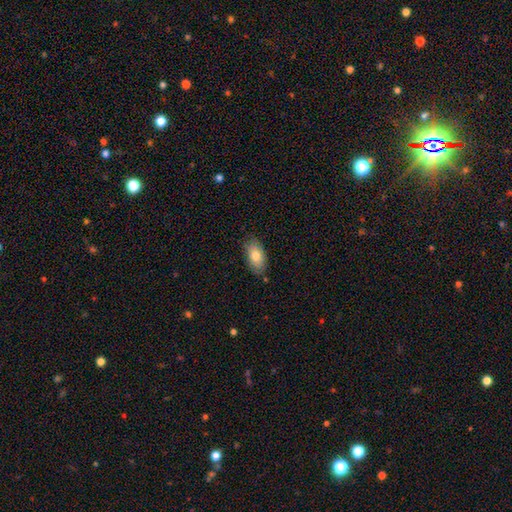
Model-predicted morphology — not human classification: Q: Smooth or featured?
A: smooth (78%); runner-up: featured or disk (15%)
Q: How rounded?
A: in between (92%); runner-up: round (4%)
Q: Merging?
A: none (81%); runner-up: minor disturbance (14%)